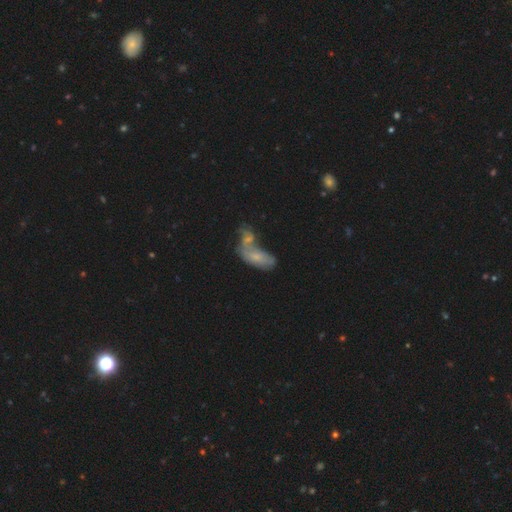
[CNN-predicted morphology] smooth_or_featured: smooth (p=0.56) [alt: featured or disk p=0.33]
how_rounded: in between (p=0.85) [alt: cigar-shaped p=0.11]
merging: merger (p=0.63) [alt: none p=0.19]